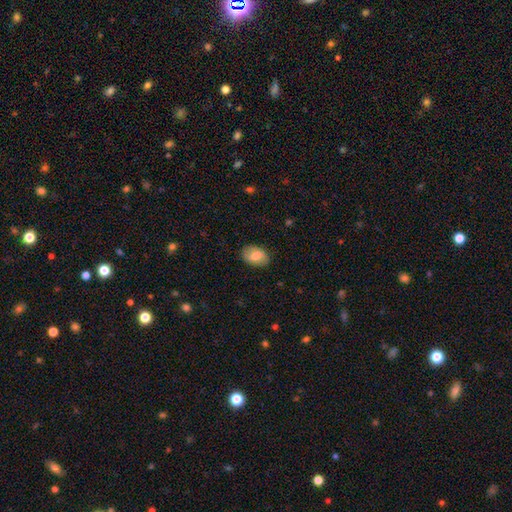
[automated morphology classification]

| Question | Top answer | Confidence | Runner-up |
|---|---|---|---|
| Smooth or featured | smooth | 60% | featured or disk (33%) |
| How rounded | in between | 85% | round (14%) |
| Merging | none | 84% | minor disturbance (12%) |